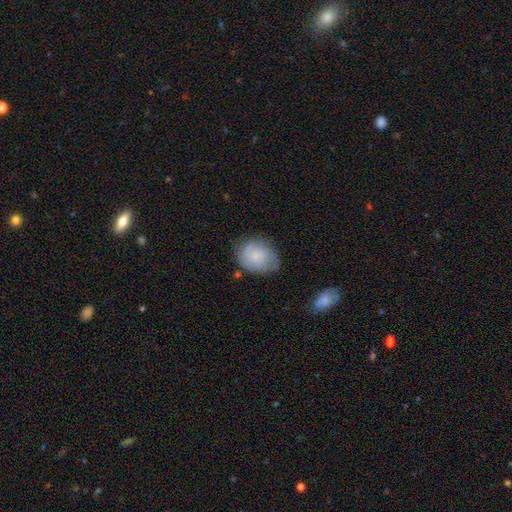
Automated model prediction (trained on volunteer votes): Smooth or featured: smooth — 61% (featured or disk — 31%)
How rounded: round — 51% (in between — 48%)
Merging: none — 64% (minor disturbance — 25%)